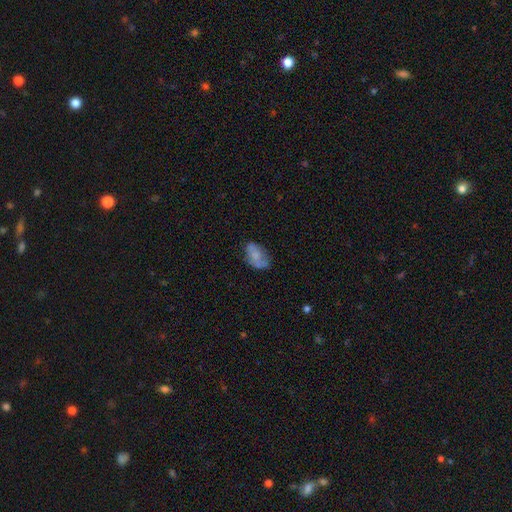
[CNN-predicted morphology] Smooth or featured? Predicted: smooth (p=0.62). How rounded? Predicted: in between (p=0.89). Merging? Predicted: none (p=0.51).